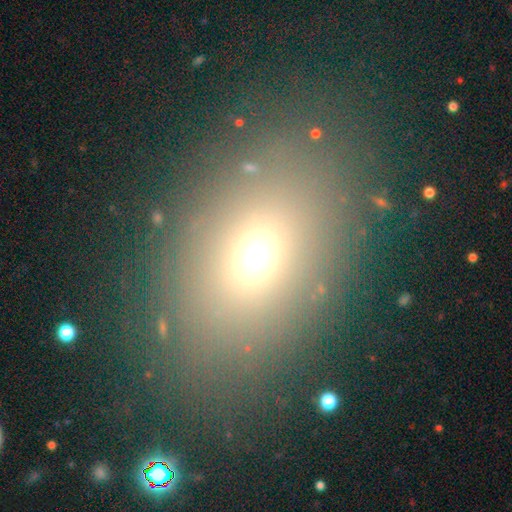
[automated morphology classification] type=smooth (66%); roundness=in between (67%); merging=none (81%).